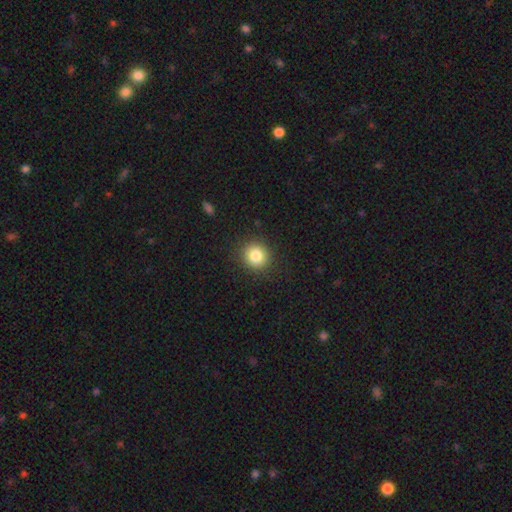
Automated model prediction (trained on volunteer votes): Q: Smooth or featured?
A: smooth (83%); runner-up: star or artifact (11%)
Q: How rounded?
A: round (90%); runner-up: in between (9%)
Q: Merging?
A: none (90%); runner-up: minor disturbance (6%)